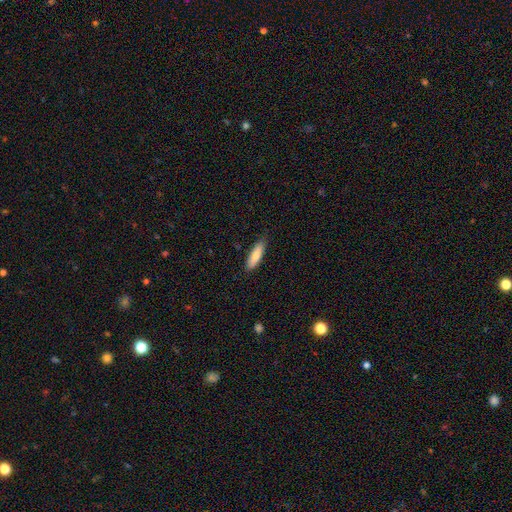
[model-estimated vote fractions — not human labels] The model was most divided on "how rounded": cigar-shaped: 59%, in between: 39%, round: 2%. More confident: merging — none (81%); smooth or featured — smooth (77%).